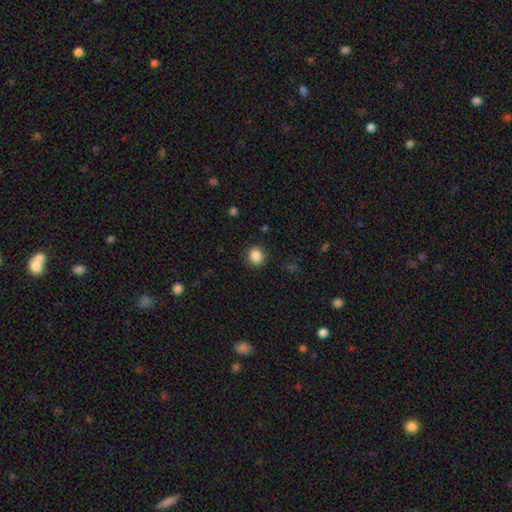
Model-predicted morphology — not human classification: Smooth or featured?
  - smooth: 87% *
  - star or artifact: 10%
  - featured or disk: 3%
How rounded?
  - round: 84% *
  - in between: 15%
  - cigar-shaped: 1%
Merging?
  - none: 90% *
  - minor disturbance: 7%
  - major disturbance: 2%
  - merger: 1%